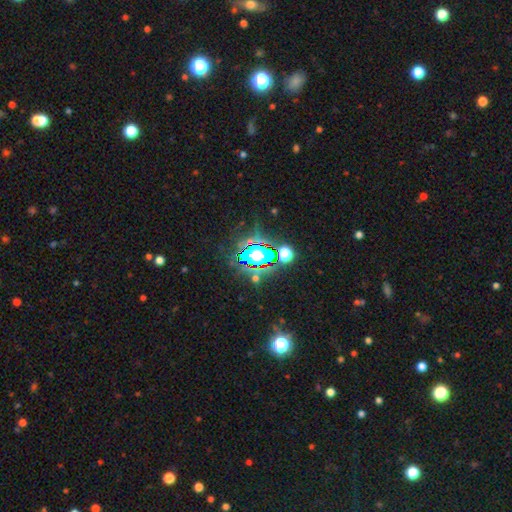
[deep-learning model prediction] smooth_or_featured: star or artifact (p=0.64) [alt: smooth p=0.23]